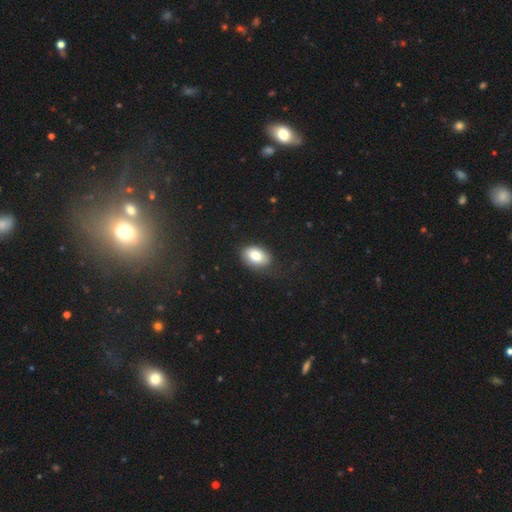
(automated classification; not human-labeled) Overall: smooth (80%). How rounded: in between (86%). Merging: none (75%).